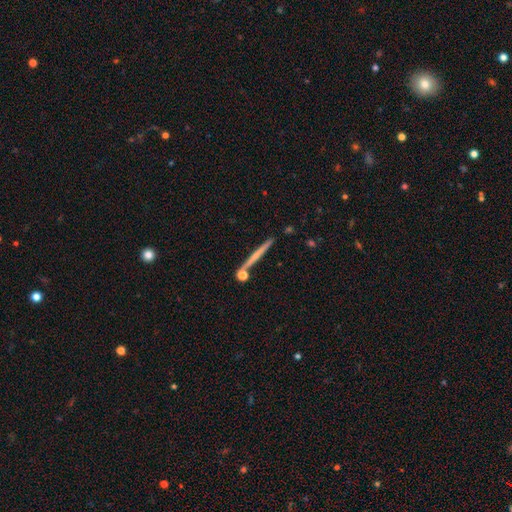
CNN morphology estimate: Smooth or featured? featured or disk (50%)
Edge-on disk? yes (97%)
Merging? none (82%)